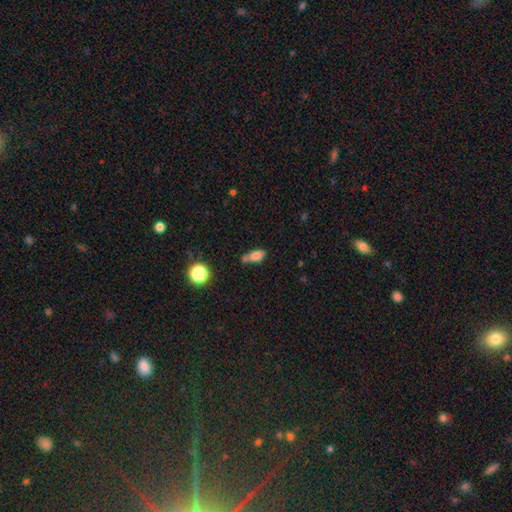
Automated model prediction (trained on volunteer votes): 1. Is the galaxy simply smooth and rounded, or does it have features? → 76% smooth, 12% star or artifact, 12% featured or disk.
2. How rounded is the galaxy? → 80% in between, 10% round, 10% cigar-shaped.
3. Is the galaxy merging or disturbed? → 42% none, 24% merger, 24% minor disturbance, 9% major disturbance.